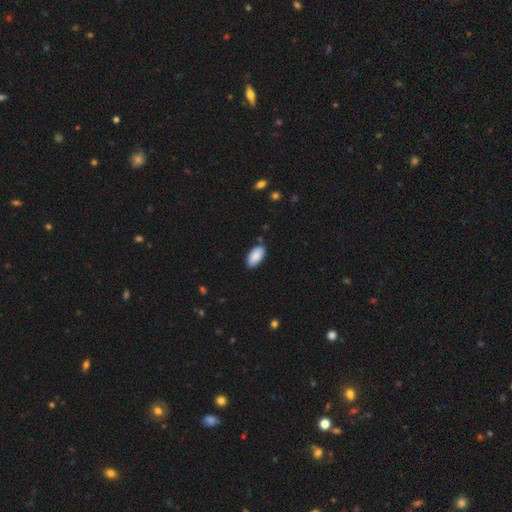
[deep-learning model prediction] This appears to be a smooth galaxy with no disk features (88%) that is in between round and cigar-shaped (96%). Merging: none (83%).